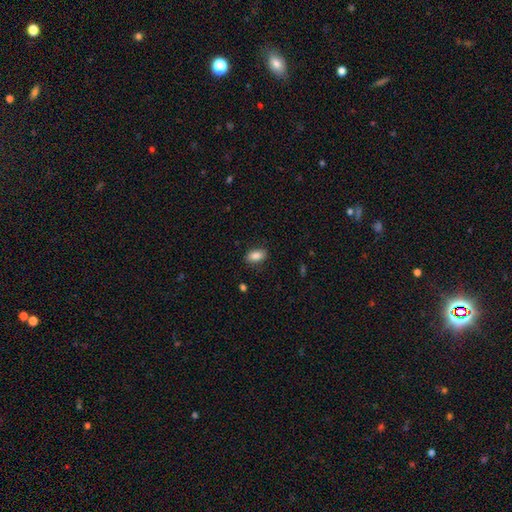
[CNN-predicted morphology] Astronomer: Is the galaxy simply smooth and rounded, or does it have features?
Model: smooth — 87%.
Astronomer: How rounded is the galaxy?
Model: in between — 90%.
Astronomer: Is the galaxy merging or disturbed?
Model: none — 86%.